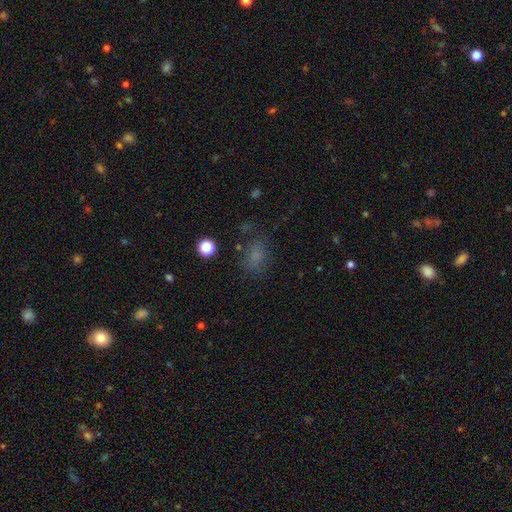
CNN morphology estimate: Smooth or featured? smooth (68%)
How rounded? in between (70%)
Merging? none (66%)